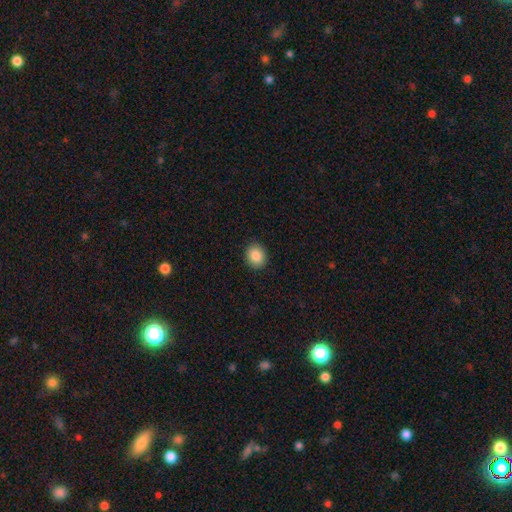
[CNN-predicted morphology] This is clearly a smooth galaxy (87%). How rounded: likely round (65%). Merging: clearly none (91%).